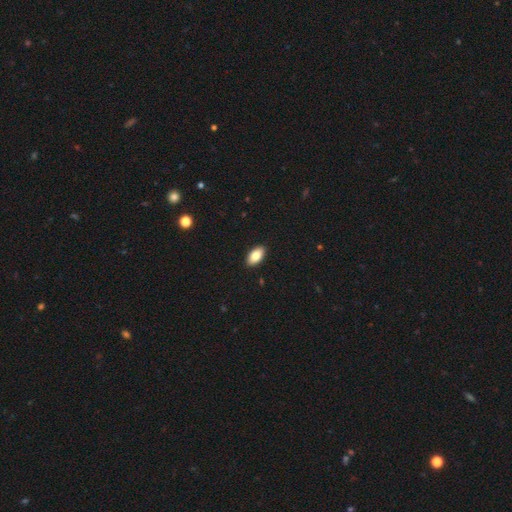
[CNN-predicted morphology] smooth-or-featured: smooth: 84% | featured or disk: 9% | star or artifact: 7%
  how-rounded: in between: 94% | round: 3% | cigar-shaped: 3%
  merging: none: 91% | minor disturbance: 7% | major disturbance: 2% | merger: 1%